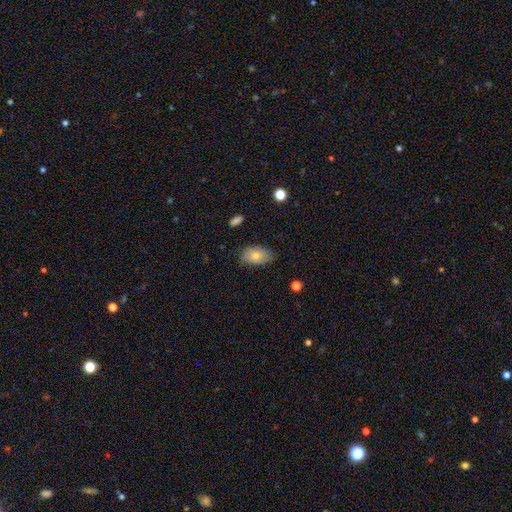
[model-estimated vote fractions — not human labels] Smooth or featured?
  - smooth: 76% *
  - featured or disk: 16%
  - star or artifact: 8%
How rounded?
  - in between: 91% *
  - round: 7%
  - cigar-shaped: 2%
Merging?
  - none: 80% *
  - minor disturbance: 16%
  - major disturbance: 3%
  - merger: 1%